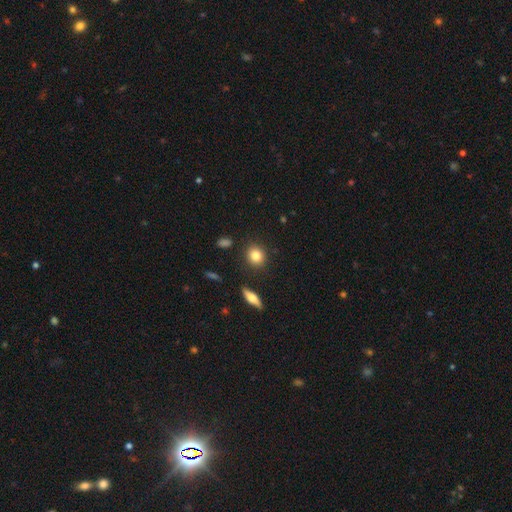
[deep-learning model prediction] This appears to be a smooth galaxy with no disk features (83%) that is round (76%). Merging: none (87%).